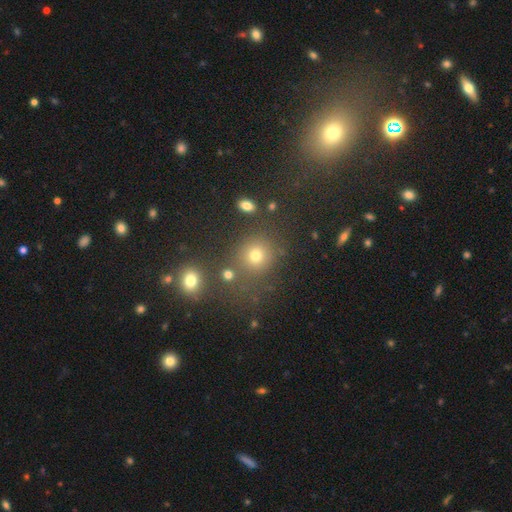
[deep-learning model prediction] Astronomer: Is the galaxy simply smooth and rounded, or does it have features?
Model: smooth — 70%.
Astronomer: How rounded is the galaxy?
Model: round — 85%.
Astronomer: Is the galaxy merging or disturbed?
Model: none — 73%.